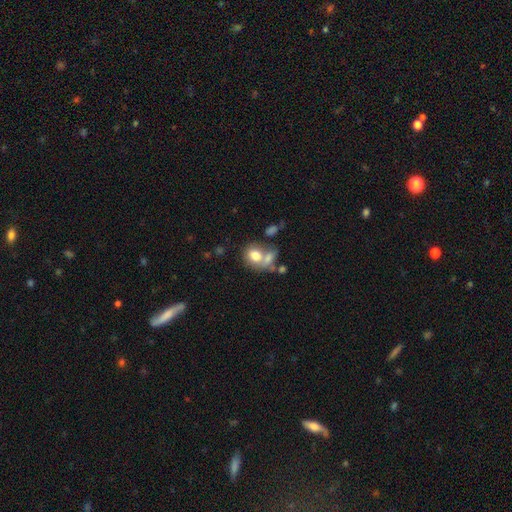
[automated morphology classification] Smooth or featured? smooth (73%)
How rounded? in between (50%)
Merging? merger (46%)